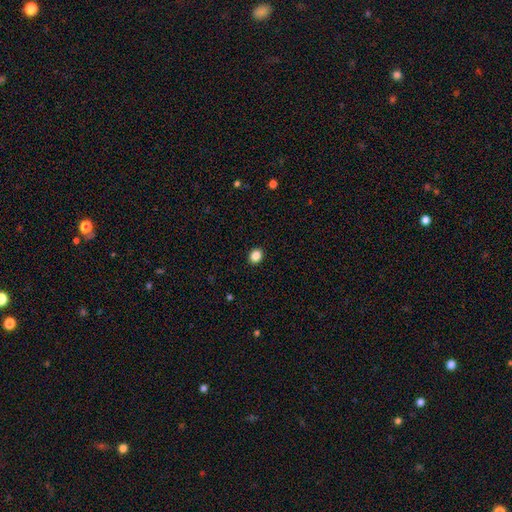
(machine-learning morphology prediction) This appears to be a smooth galaxy with no disk features (87%) that is round (51%). Merging: none (92%).